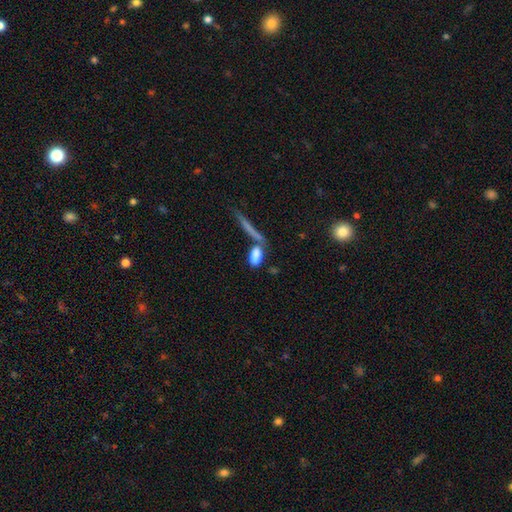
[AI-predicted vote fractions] Q: Smooth or featured?
A: smooth (82%); runner-up: featured or disk (10%)
Q: How rounded?
A: in between (76%); runner-up: cigar-shaped (19%)
Q: Merging?
A: none (43%); runner-up: merger (36%)